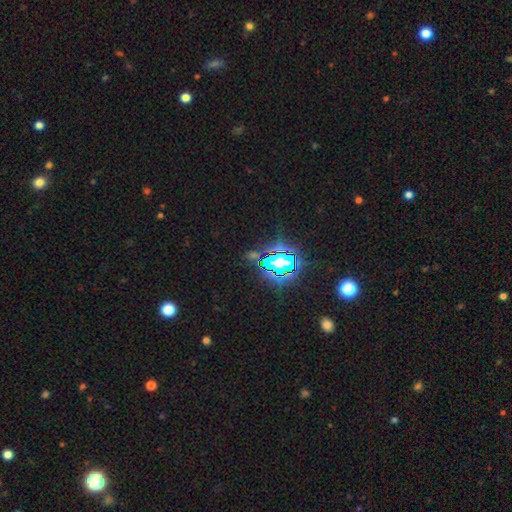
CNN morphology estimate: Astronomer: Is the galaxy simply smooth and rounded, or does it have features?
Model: star or artifact — 76%.